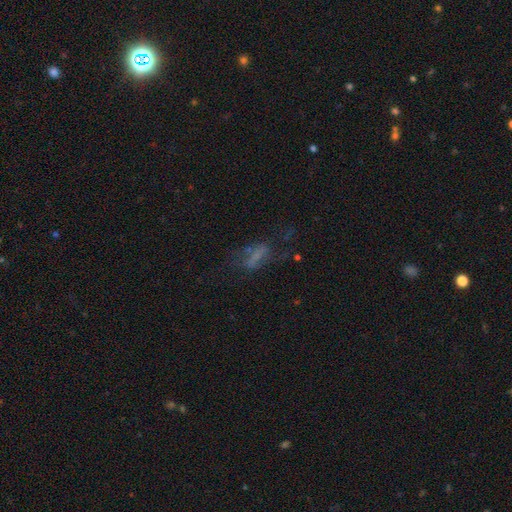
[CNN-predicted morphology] type=smooth (42%); merging=none (42%).